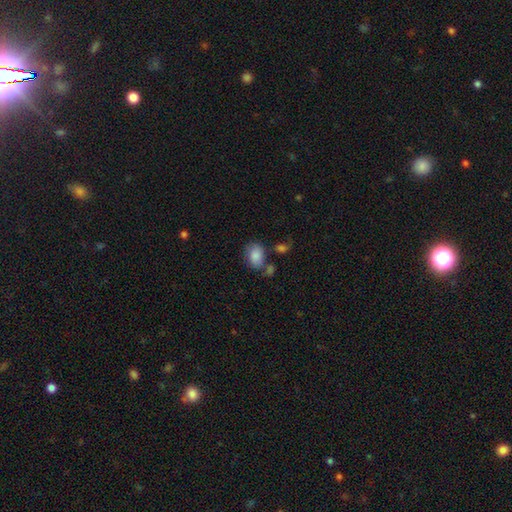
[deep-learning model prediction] Smooth or featured?
  - smooth: 84% *
  - star or artifact: 8%
  - featured or disk: 7%
How rounded?
  - in between: 72% *
  - round: 27%
  - cigar-shaped: 1%
Merging?
  - none: 57% *
  - minor disturbance: 20%
  - merger: 15%
  - major disturbance: 8%